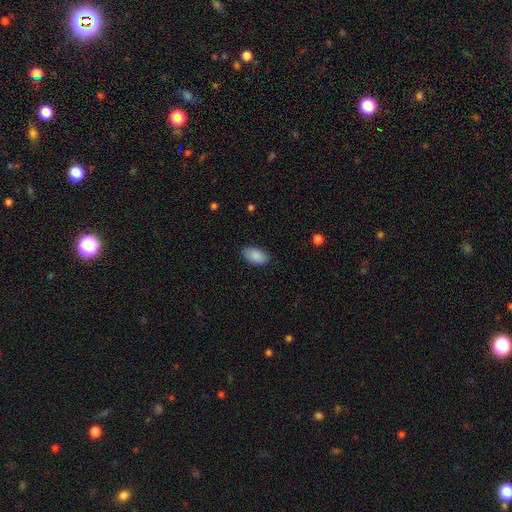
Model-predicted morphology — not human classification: Smooth or featured? smooth (89%)
How rounded? in between (94%)
Merging? none (86%)